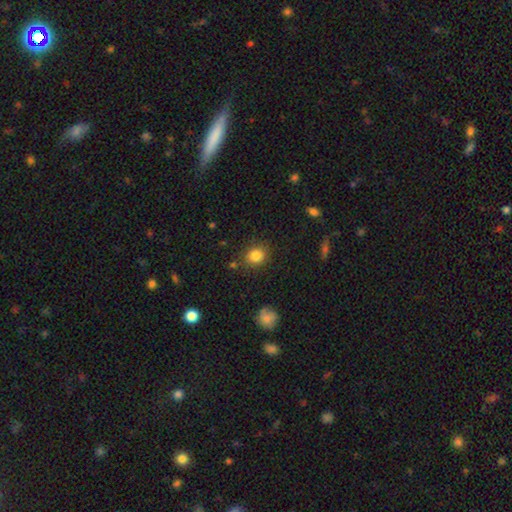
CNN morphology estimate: This is clearly a smooth galaxy (83%). How rounded: likely round (71%). Merging: clearly none (83%).